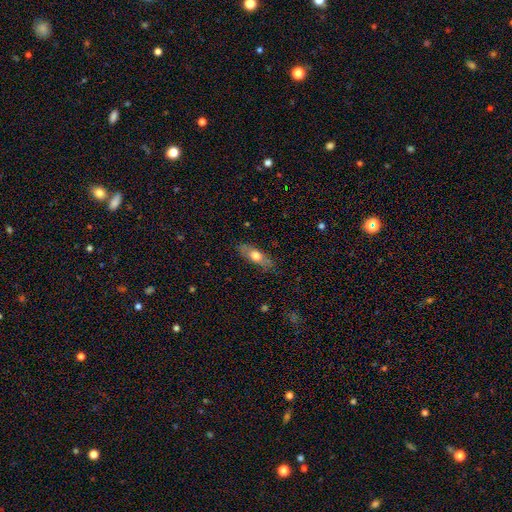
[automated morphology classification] Overall: smooth (63%; featured or disk 31%). How rounded: in between (63%; cigar-shaped 33%). Merging: none (79%).